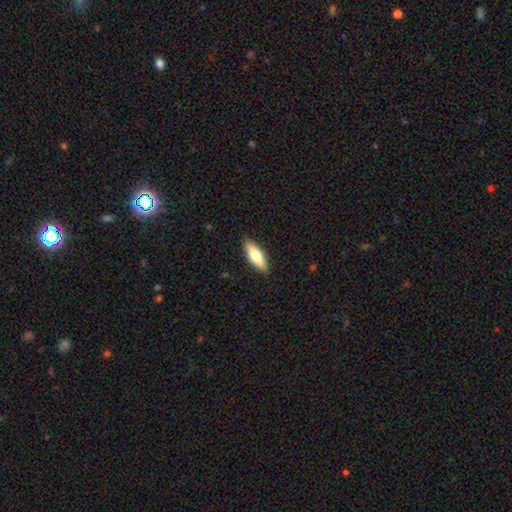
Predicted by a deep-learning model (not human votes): This is likely a smooth galaxy (70%). How rounded: possibly in between (57%). Merging: clearly none (89%).